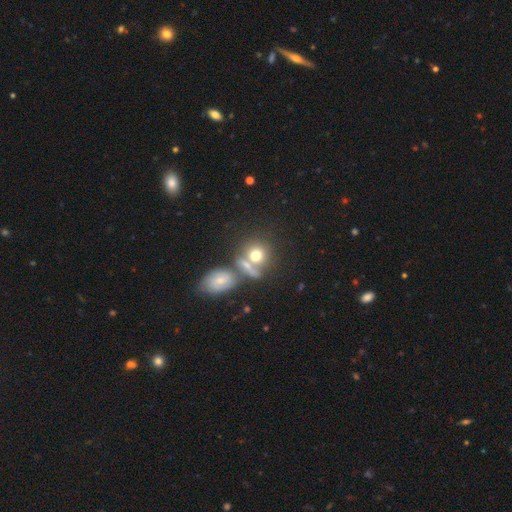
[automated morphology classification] This is likely a smooth galaxy (66%). How rounded: likely round (70%). Merging: marginally none (42%).